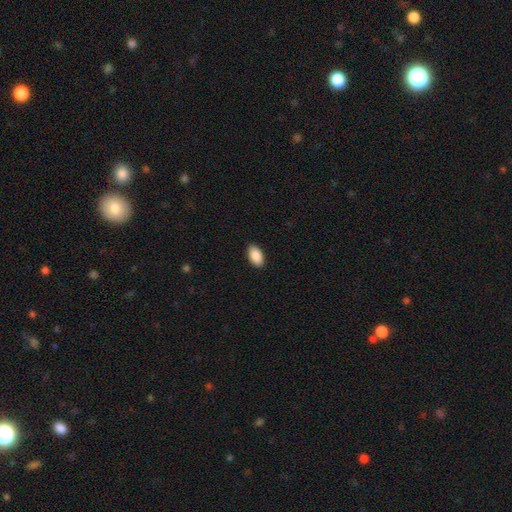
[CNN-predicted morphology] smooth_or_featured: smooth (p=0.91) [alt: star or artifact p=0.06]
how_rounded: in between (p=0.95) [alt: round p=0.03]
merging: none (p=0.90) [alt: minor disturbance p=0.07]